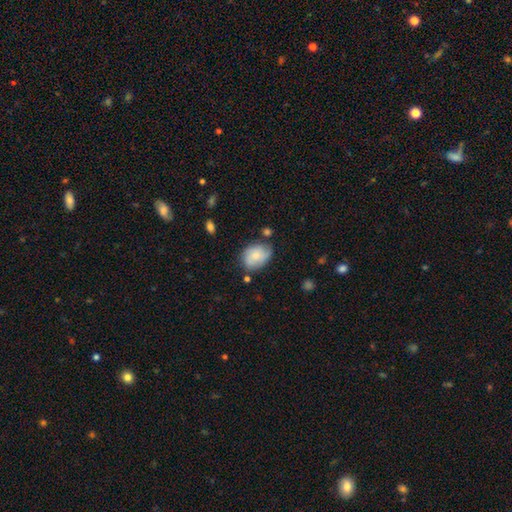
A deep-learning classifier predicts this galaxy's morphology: This appears to be a smooth galaxy with no disk features (62%) that is in between round and cigar-shaped (63%). Merging: none (59%).